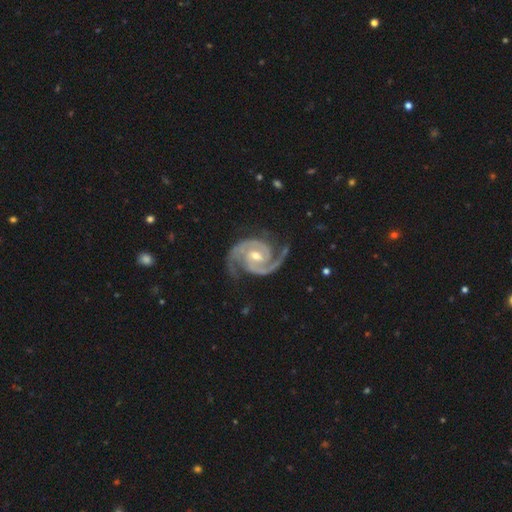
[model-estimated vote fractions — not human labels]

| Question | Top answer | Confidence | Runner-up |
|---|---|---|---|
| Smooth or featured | featured or disk | 94% | star or artifact (4%) |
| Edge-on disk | no | 98% | yes (2%) |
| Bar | no | 45% | weak (40%) |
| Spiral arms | yes | 99% | no (1%) |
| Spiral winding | medium | 49% | tight (43%) |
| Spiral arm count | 2 | 91% | 3 (4%) |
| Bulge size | moderate | 61% | small (35%) |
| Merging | none | 77% | minor disturbance (16%) |